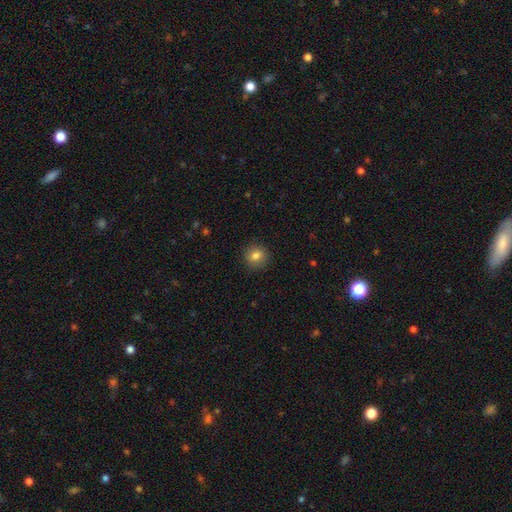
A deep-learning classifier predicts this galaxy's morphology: Smooth or featured? smooth (82%)
How rounded? round (88%)
Merging? none (89%)